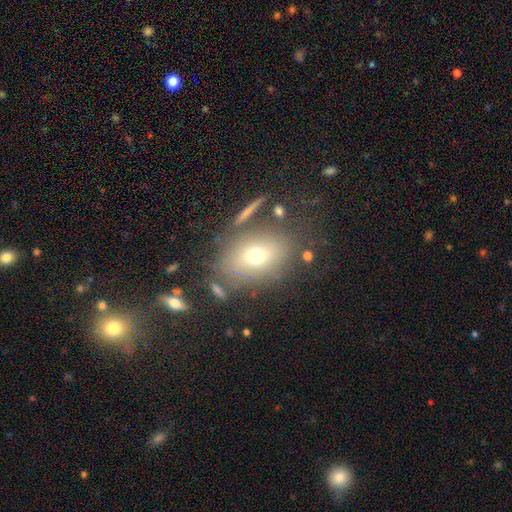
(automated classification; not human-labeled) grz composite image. It shows a smooth galaxy with no disk features (64%) that is in between round and cigar-shaped (66%). Merging: none (72%).